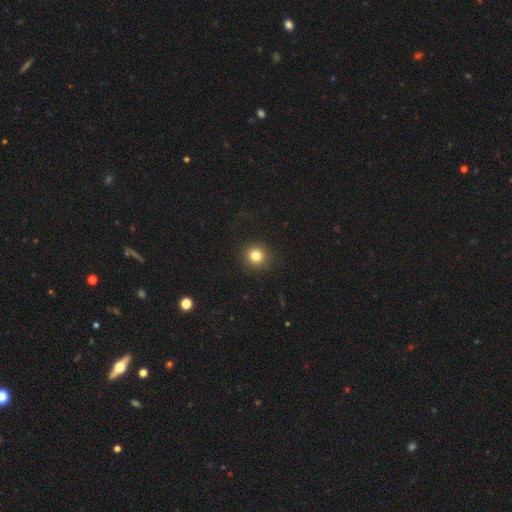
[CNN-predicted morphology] A smooth galaxy with no disk features (82%) that is round (91%). Merging: none (91%).